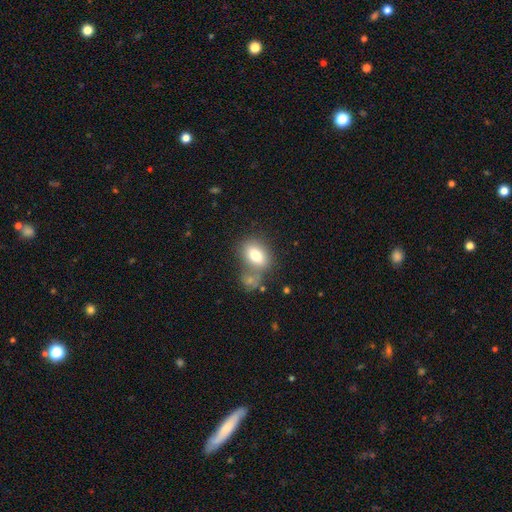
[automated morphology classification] Smooth or featured? Predicted: smooth (p=0.77). How rounded? Predicted: in between (p=0.80). Merging? Predicted: none (p=0.55).